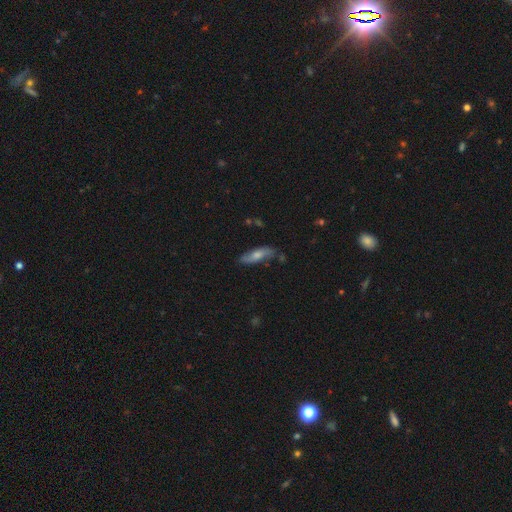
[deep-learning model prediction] smooth 53%, featured or disk 39%, star or artifact 8%. Down the decision tree: how rounded — cigar-shaped (52%); merging — none (74%).